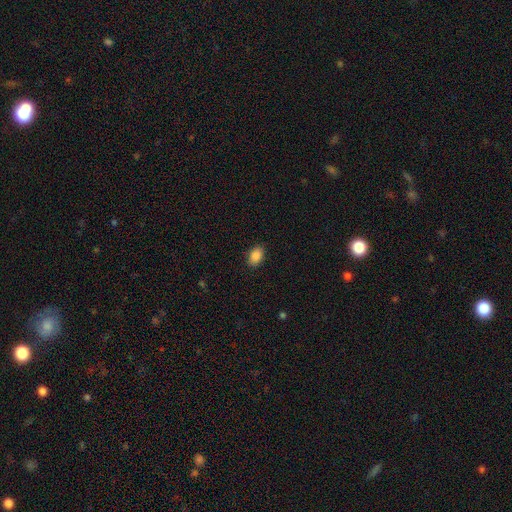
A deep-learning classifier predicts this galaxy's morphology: A smooth galaxy with no disk features (88%) that is in between round and cigar-shaped (88%). Merging: none (88%).